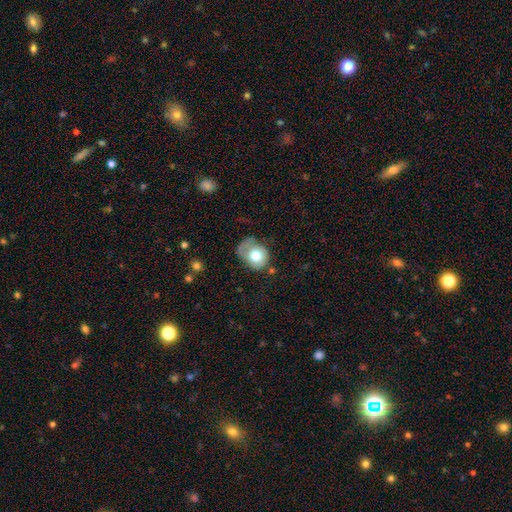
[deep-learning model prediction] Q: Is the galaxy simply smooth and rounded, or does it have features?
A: smooth — 69%.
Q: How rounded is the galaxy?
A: round — 59%.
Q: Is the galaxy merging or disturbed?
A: none — 35%, tied with minor disturbance.